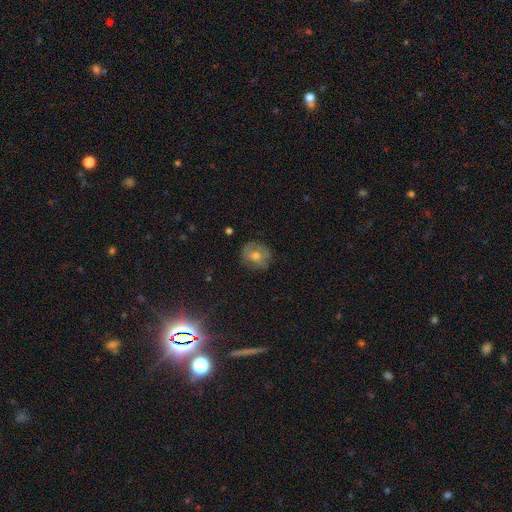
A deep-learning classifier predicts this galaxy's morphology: smooth_or_featured: smooth (p=0.50) [alt: featured or disk p=0.30]
how_rounded: round (p=0.78) [alt: in between p=0.20]
merging: none (p=0.79) [alt: minor disturbance p=0.15]